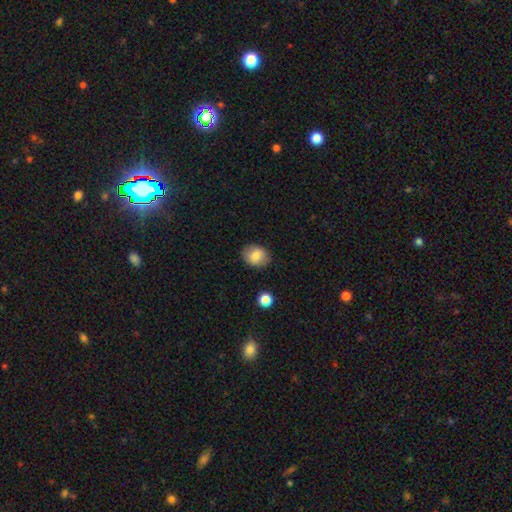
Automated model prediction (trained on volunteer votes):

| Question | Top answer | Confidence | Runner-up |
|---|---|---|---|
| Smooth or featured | smooth | 82% | featured or disk (10%) |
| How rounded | in between | 56% | round (43%) |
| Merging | none | 85% | minor disturbance (11%) |